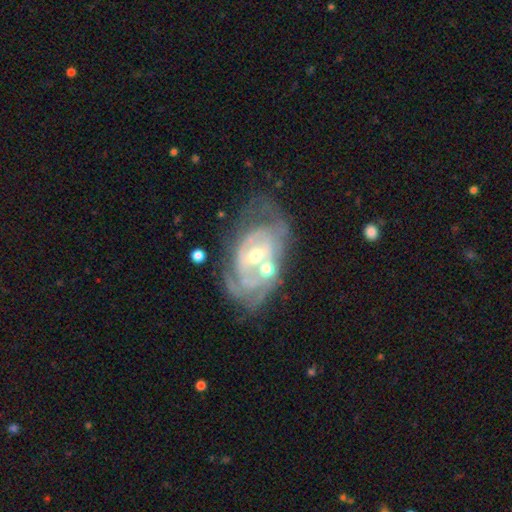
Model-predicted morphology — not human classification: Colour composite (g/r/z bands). It shows a featured or disk galaxy (83%) with no bar (54%), tight (64%) spiral arms (87%) and a moderate central bulge (54%). Merging: none (48%).